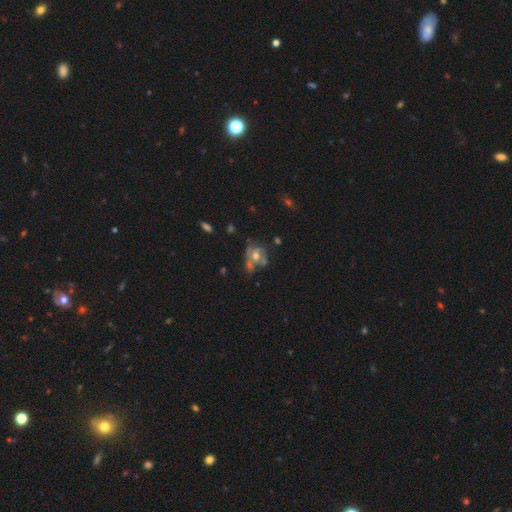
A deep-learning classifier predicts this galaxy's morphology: A featured or disk galaxy (52%).

Vote fractions:
- Smooth or featured? featured or disk: 52% / smooth: 36% / star or artifact: 12%
- Edge-on disk? no: 95% / yes: 5%
- Merging? none: 33% / merger: 23% / major disturbance: 22% / minor disturbance: 21%